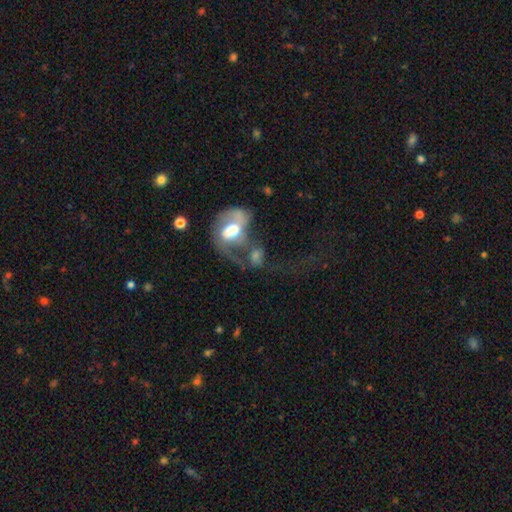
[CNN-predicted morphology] A featured or disk galaxy (51%). Merging: merger (42%).